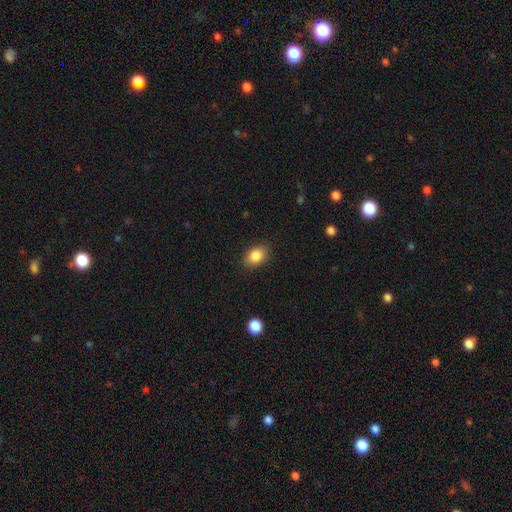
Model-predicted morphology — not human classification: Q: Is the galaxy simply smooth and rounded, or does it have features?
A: smooth — 86%.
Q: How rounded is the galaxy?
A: in between — 73%.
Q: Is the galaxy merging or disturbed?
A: none — 87%.